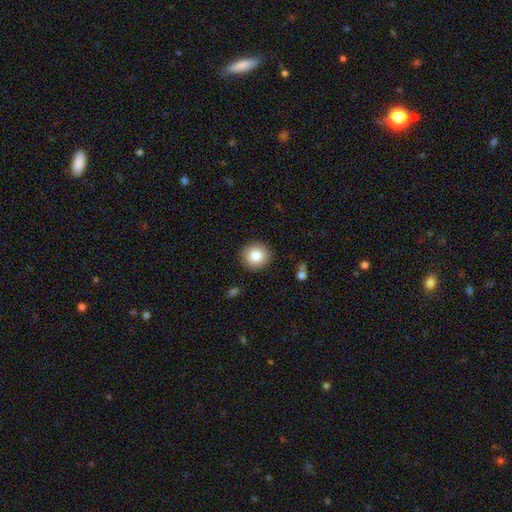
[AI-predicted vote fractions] Q: Smooth or featured?
A: smooth (84%); runner-up: star or artifact (9%)
Q: How rounded?
A: round (90%); runner-up: in between (9%)
Q: Merging?
A: none (90%); runner-up: minor disturbance (6%)